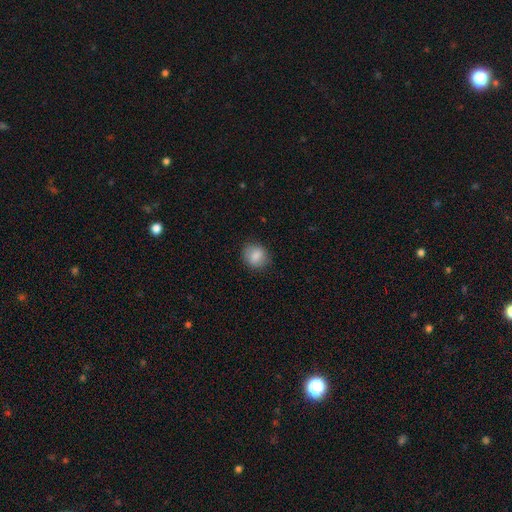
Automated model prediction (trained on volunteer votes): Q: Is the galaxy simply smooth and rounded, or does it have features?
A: smooth — 83%.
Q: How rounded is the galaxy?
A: round — 73%.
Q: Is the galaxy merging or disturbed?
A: none — 84%.